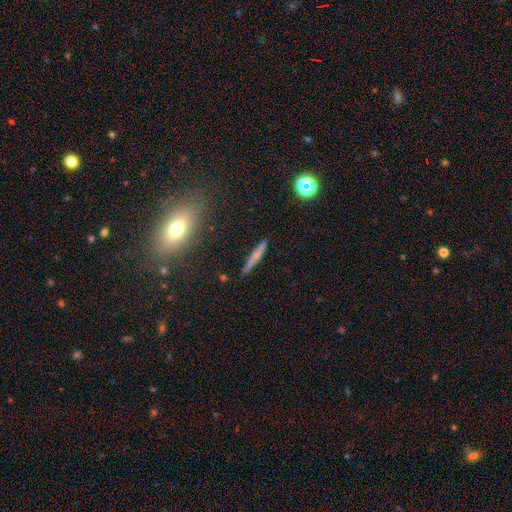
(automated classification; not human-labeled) This appears to be a smooth galaxy with no disk features (55%) that is cigar-shaped (92%). Merging: none (86%).